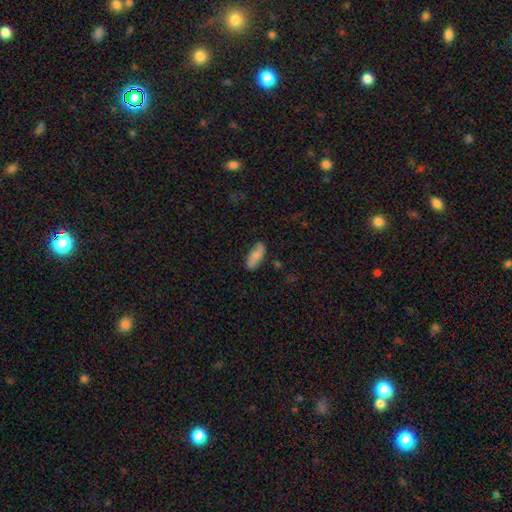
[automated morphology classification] smooth-or-featured: smooth: 75% | featured or disk: 19% | star or artifact: 6%
  how-rounded: in between: 76% | cigar-shaped: 22% | round: 2%
  merging: none: 79% | minor disturbance: 16% | major disturbance: 3% | merger: 2%